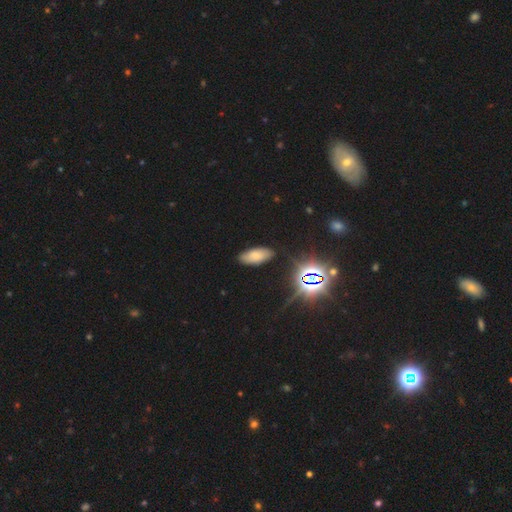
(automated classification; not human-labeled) Morphology: type=smooth (71%); roundness=in between (90%); merging=none (84%).